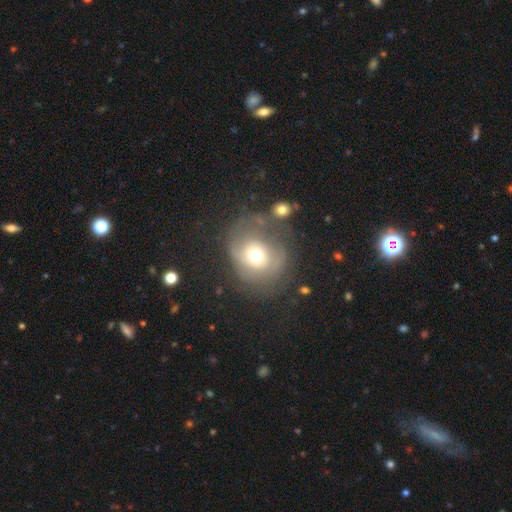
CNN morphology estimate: Smooth or featured? smooth (49%)
Merging? none (39%)